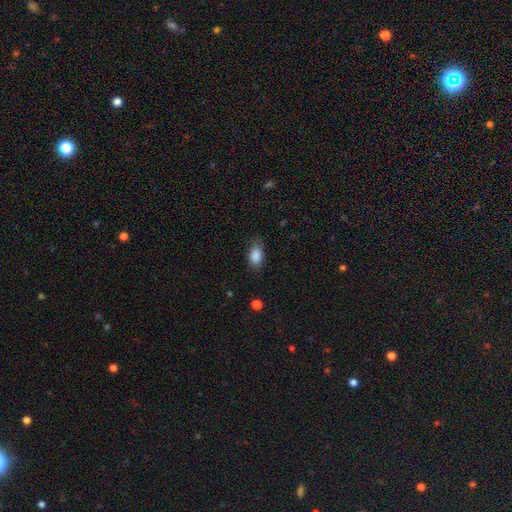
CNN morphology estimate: Smooth or featured? smooth (87%)
How rounded? in between (88%)
Merging? none (75%)